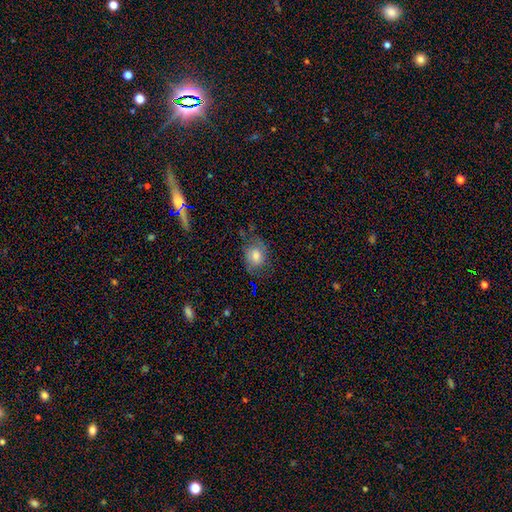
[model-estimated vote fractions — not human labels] Morphology: type=smooth (66%); roundness=in between (53%); merging=none (63%).